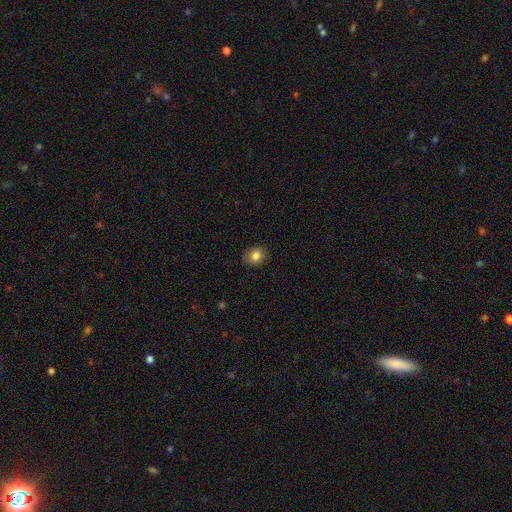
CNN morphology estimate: A smooth galaxy with no disk features (82%) that is round (62%). Merging: none (87%).